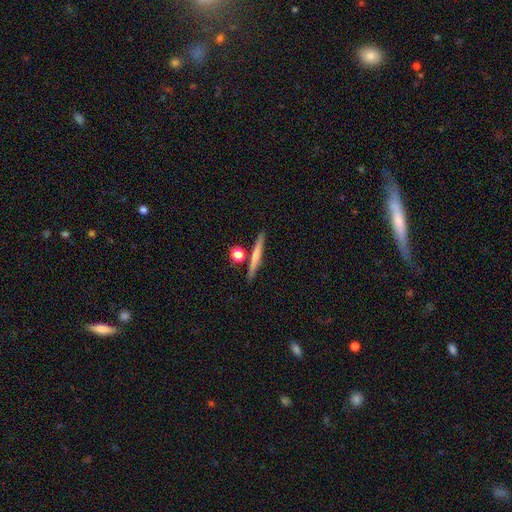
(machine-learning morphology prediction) A smooth galaxy with no disk features (58%) that is cigar-shaped (90%). Merging: none (82%).